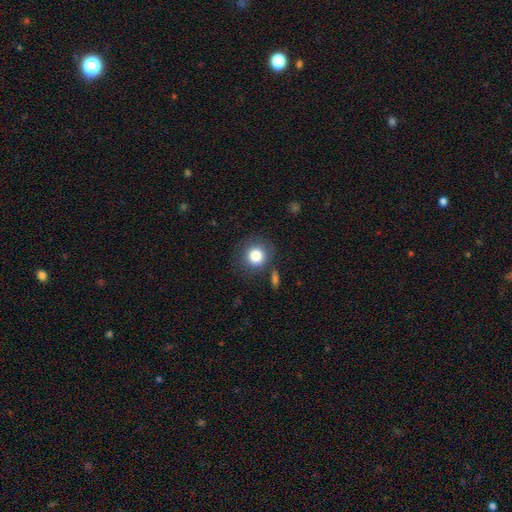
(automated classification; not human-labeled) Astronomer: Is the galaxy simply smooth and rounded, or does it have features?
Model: smooth — 83%.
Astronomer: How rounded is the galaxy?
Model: round — 85%.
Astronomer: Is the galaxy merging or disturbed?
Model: none — 77%.